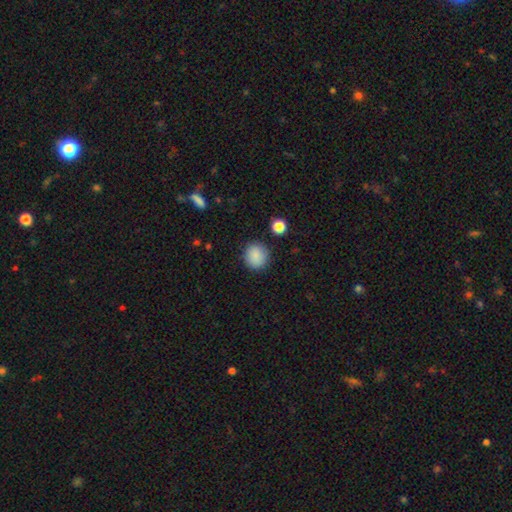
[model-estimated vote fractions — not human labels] A smooth galaxy with no disk features (87%) that is round (88%).

Vote fractions:
- Smooth or featured? smooth: 87% / star or artifact: 9% / featured or disk: 4%
- How rounded? round: 88% / in between: 11% / cigar-shaped: 1%
- Merging? none: 88% / minor disturbance: 8% / major disturbance: 3% / merger: 2%